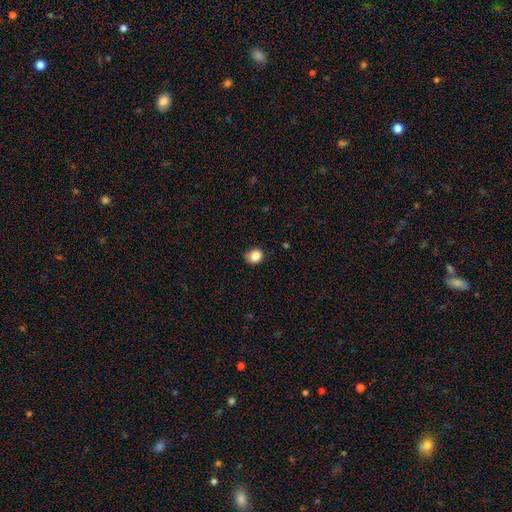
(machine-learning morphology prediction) Overall: smooth (85%). How rounded: round (64%; in between 35%). Merging: none (73%).